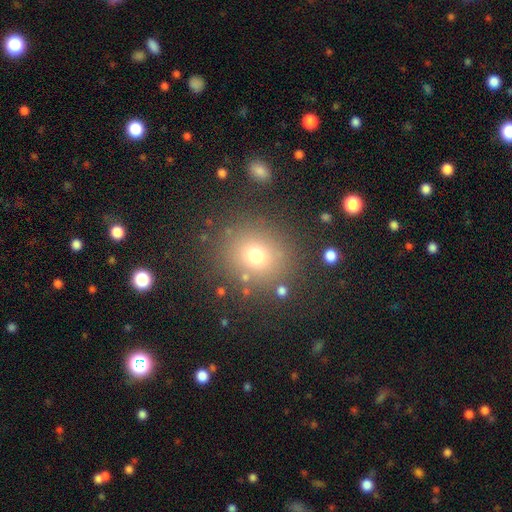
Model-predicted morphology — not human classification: Smooth or featured? Predicted: smooth (p=0.70). How rounded? Predicted: round (p=0.81). Merging? Predicted: none (p=0.84).